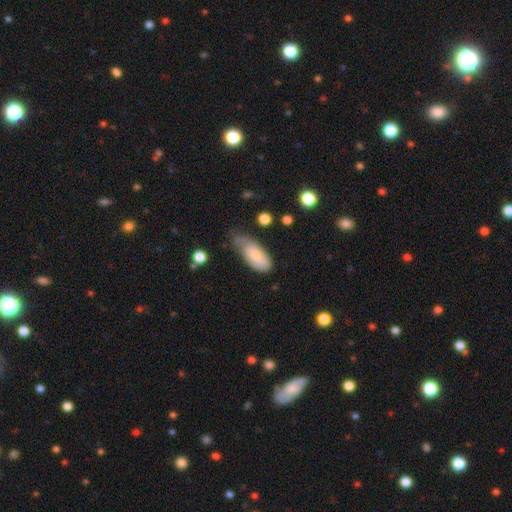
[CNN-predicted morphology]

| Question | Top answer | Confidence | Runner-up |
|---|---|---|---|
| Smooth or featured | smooth | 72% | featured or disk (22%) |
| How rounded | in between | 89% | cigar-shaped (8%) |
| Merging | minor disturbance | 46% | none (36%) |